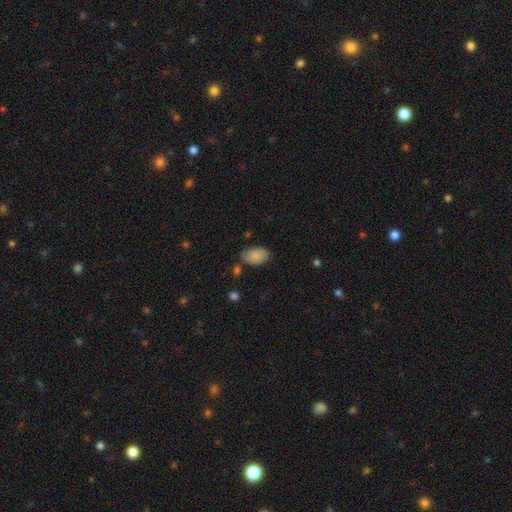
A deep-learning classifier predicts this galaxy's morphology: This is clearly a smooth galaxy (85%). How rounded: clearly in between (91%). Merging: likely none (71%).